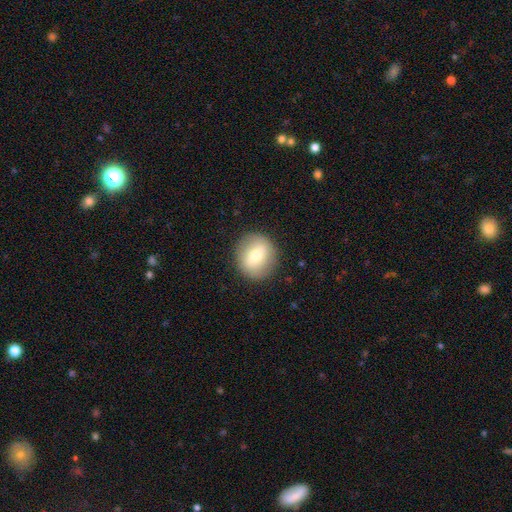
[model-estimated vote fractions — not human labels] Smooth or featured: smooth — 62% (featured or disk — 30%)
How rounded: round — 84% (in between — 15%)
Merging: none — 88% (minor disturbance — 8%)